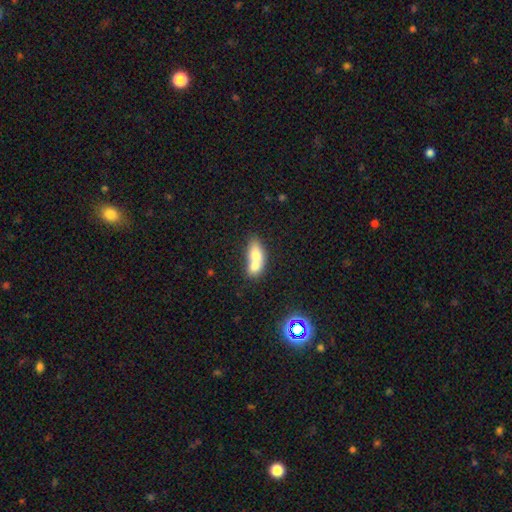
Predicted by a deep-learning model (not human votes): The model was most divided on "smooth or featured": smooth: 68%, featured or disk: 23%, star or artifact: 8%. More confident: how rounded — in between (77%); merging — merger (70%).